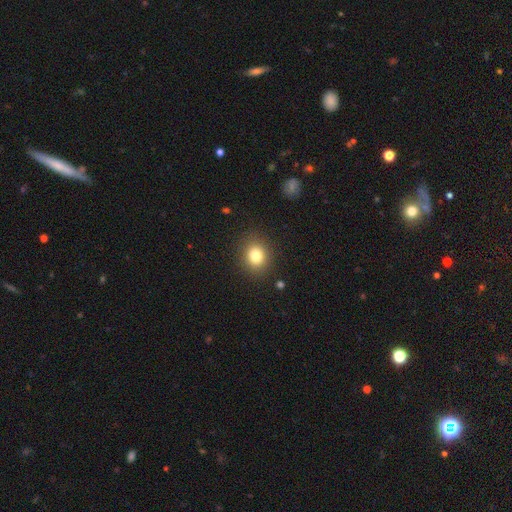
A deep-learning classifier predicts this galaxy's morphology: The model was most divided on "how rounded": round: 67%, in between: 32%, cigar-shaped: 1%. More confident: merging — none (87%); smooth or featured — smooth (81%).